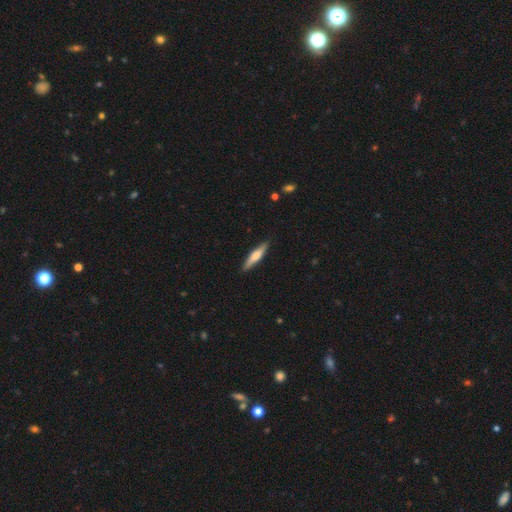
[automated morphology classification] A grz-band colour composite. It shows a smooth galaxy with no disk features (56%) that is cigar-shaped (85%). Merging: none (89%).